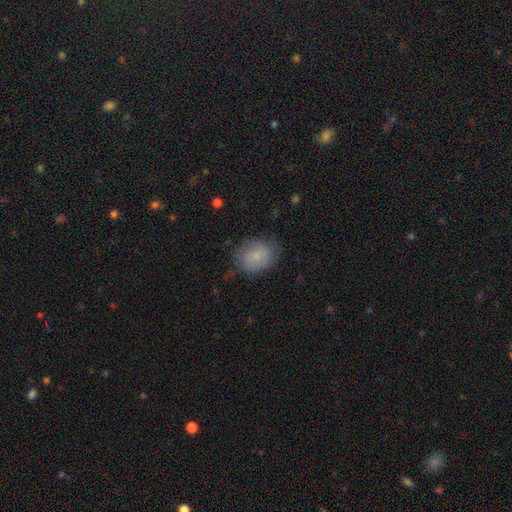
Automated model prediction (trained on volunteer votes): smooth-or-featured: smooth: 76% | featured or disk: 16% | star or artifact: 8%
  how-rounded: round: 52% | in between: 47% | cigar-shaped: 1%
  merging: none: 67% | minor disturbance: 24% | major disturbance: 8% | merger: 1%